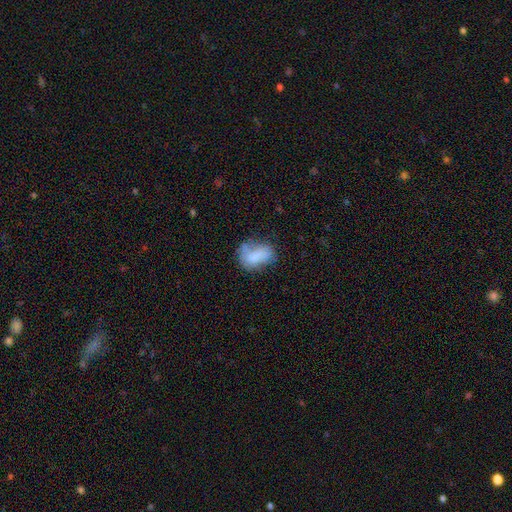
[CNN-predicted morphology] smooth 70%, featured or disk 21%, star or artifact 10%. Down the decision tree: how rounded — in between (82%); merging — none (38%).